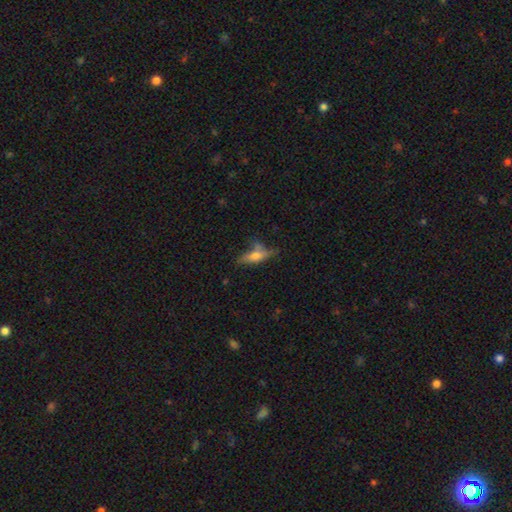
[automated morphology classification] This is possibly a smooth galaxy (54%). How rounded: possibly cigar-shaped (49%). Merging: possibly none (53%).